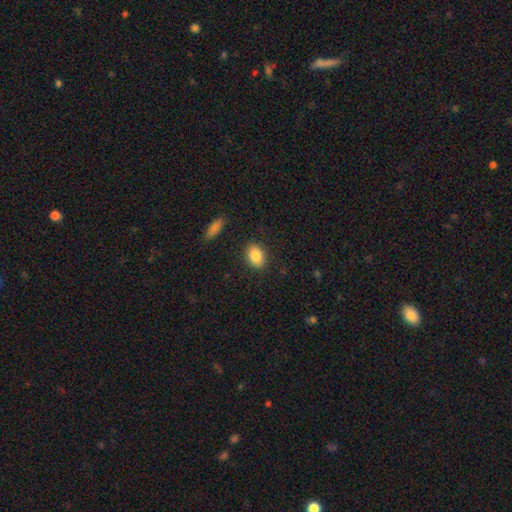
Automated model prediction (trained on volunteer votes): This appears to be a smooth galaxy with no disk features (85%) that is in between round and cigar-shaped (76%). Merging: none (86%).